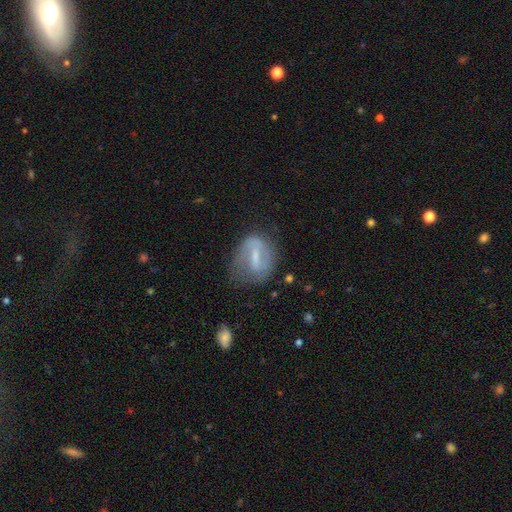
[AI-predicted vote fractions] Q: Smooth or featured?
A: featured or disk (64%); runner-up: smooth (28%)
Q: Edge-on disk?
A: no (95%); runner-up: yes (5%)
Q: Bar?
A: strong (44%); runner-up: weak (43%)
Q: Spiral arms?
A: yes (69%); runner-up: no (31%)
Q: Bulge size?
A: small (47%); runner-up: moderate (31%)
Q: Merging?
A: none (55%); runner-up: minor disturbance (27%)